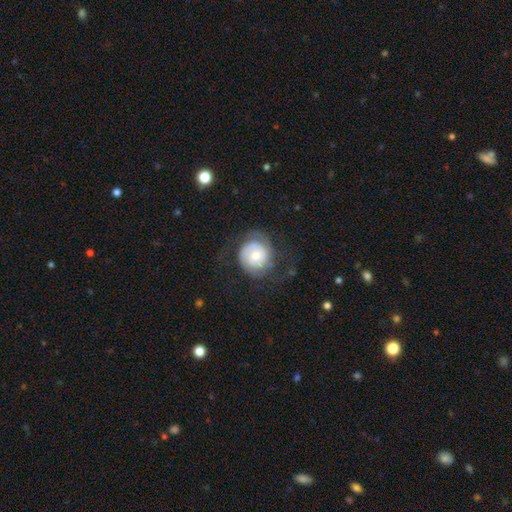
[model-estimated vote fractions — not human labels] Smooth or featured: featured or disk — 56% (smooth — 37%)
Edge-on disk: no — 97% (yes — 3%)
Bar: no — 75% (weak — 21%)
Spiral arms: yes — 81% (no — 19%)
Bulge size: moderate — 53% (small — 38%)
Merging: none — 62% (minor disturbance — 19%)